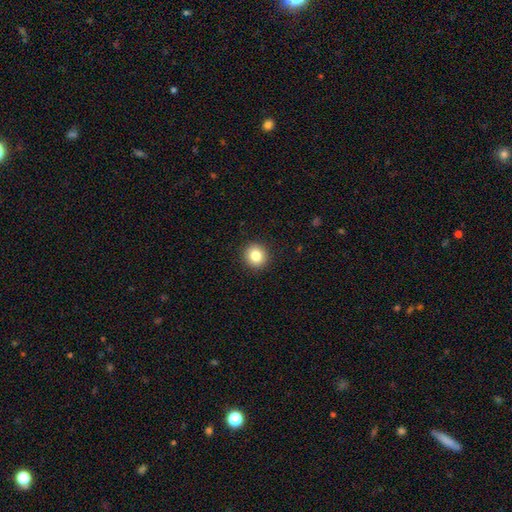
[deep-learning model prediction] smooth_or_featured: smooth (p=0.83) [alt: star or artifact p=0.10]
how_rounded: round (p=0.91) [alt: in between p=0.08]
merging: none (p=0.92) [alt: minor disturbance p=0.05]